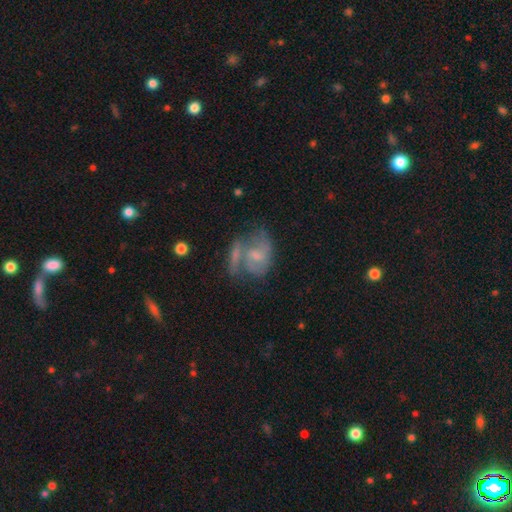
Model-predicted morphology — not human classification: Smooth or featured?
  - featured or disk: 63% *
  - smooth: 28%
  - star or artifact: 9%
Edge-on disk?
  - no: 96% *
  - yes: 4%
Bar?
  - no: 52% *
  - weak: 40%
  - strong: 8%
Spiral arms?
  - yes: 76% *
  - no: 24%
Bulge size?
  - small: 44% *
  - moderate: 34%
  - none: 17%
  - large: 4%
  - dominant: 1%
Merging?
  - none: 34% *
  - merger: 27%
  - minor disturbance: 19%
  - major disturbance: 19%